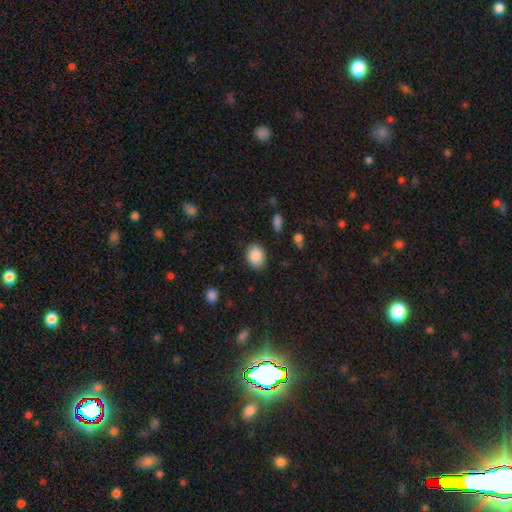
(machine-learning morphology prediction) A smooth galaxy with no disk features (88%) that is in between round and cigar-shaped (71%).

Vote fractions:
- Smooth or featured? smooth: 88% / star or artifact: 8% / featured or disk: 4%
- How rounded? in between: 71% / round: 28% / cigar-shaped: 1%
- Merging? none: 85% / minor disturbance: 11% / major disturbance: 3% / merger: 1%